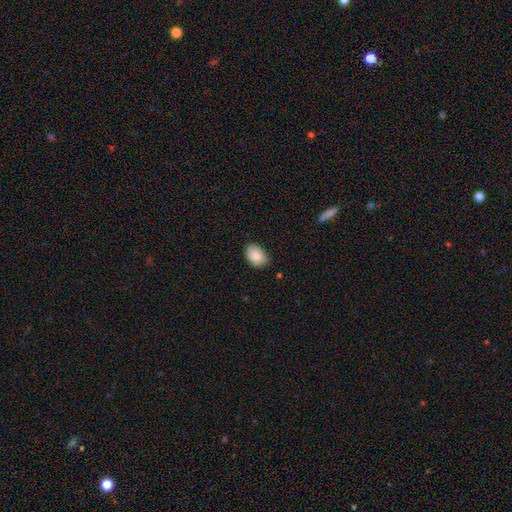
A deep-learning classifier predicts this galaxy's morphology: This is clearly a smooth galaxy (87%). How rounded: clearly in between (83%). Merging: likely none (78%).